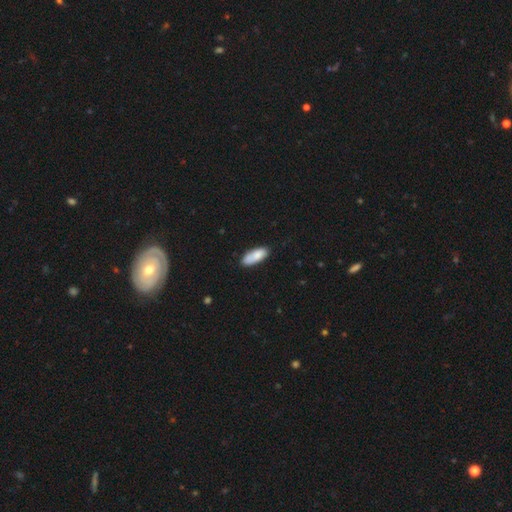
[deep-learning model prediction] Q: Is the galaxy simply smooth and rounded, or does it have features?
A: smooth — 84%.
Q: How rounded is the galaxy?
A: in between — 73%.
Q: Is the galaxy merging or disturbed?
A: none — 77%.